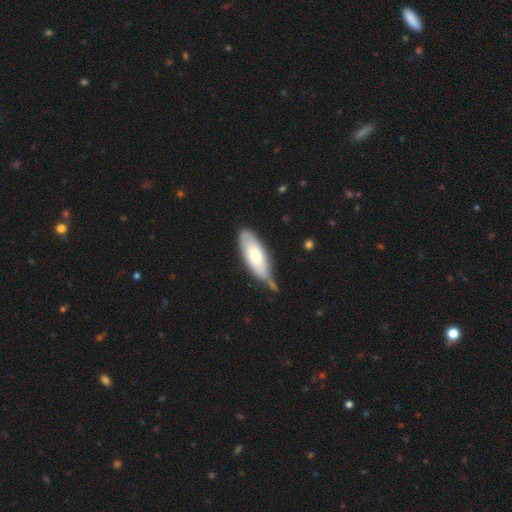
A smooth galaxy with no disk features (62%) that is in between round and cigar-shaped (65%). Merging: none (57%).